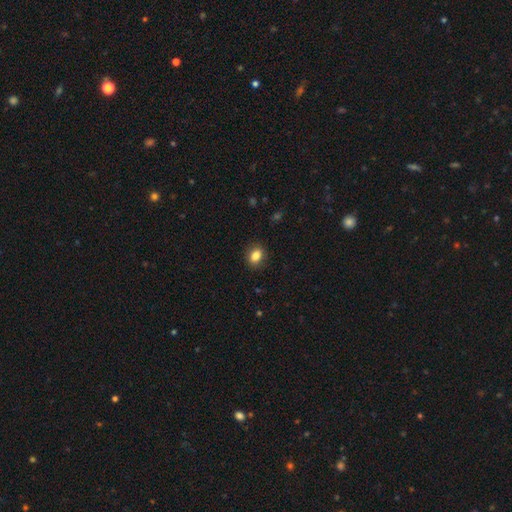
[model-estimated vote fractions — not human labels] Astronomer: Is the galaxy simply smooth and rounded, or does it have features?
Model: smooth — 85%.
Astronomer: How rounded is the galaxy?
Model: in between — 62% (runner-up: round, 37%).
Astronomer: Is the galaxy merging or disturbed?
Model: none — 88%.